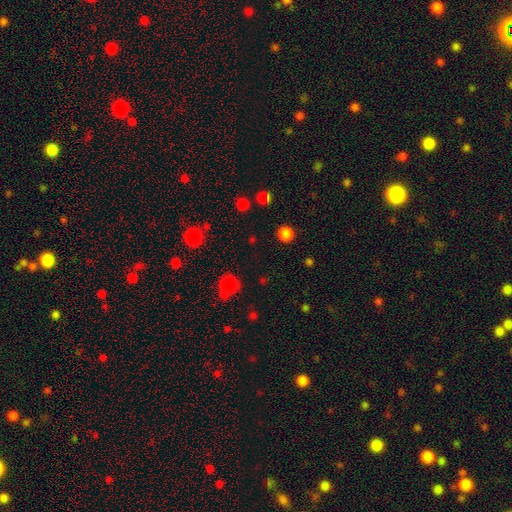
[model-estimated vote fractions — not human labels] This appears to be a smooth galaxy with no disk features (74%) that is round (88%). Merging: none (83%).